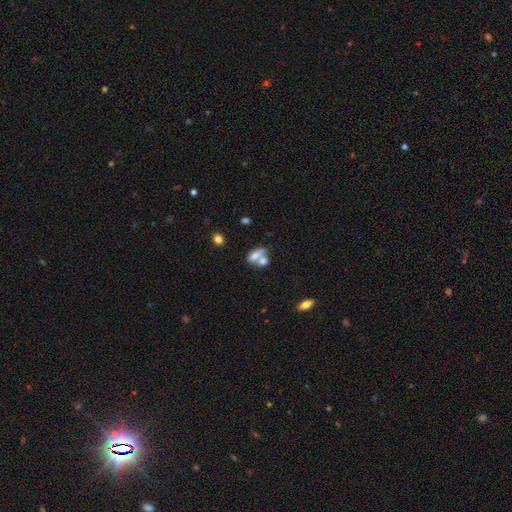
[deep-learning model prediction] smooth_or_featured: smooth (p=0.62) [alt: featured or disk p=0.27]
how_rounded: in between (p=0.74) [alt: round p=0.20]
merging: merger (p=0.61) [alt: none p=0.24]